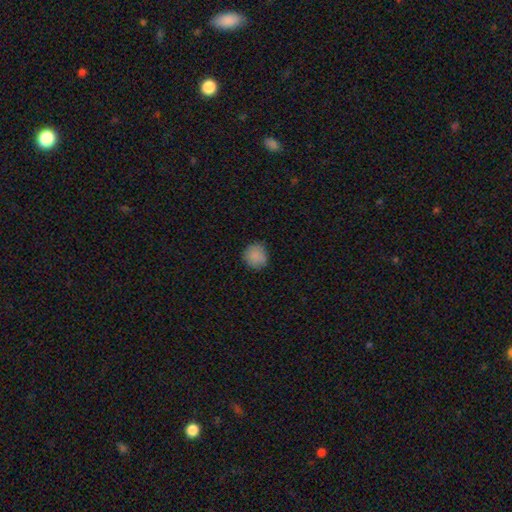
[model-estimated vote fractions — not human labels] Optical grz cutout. It shows a smooth galaxy with no disk features (86%) that is round (91%). Merging: none (84%).